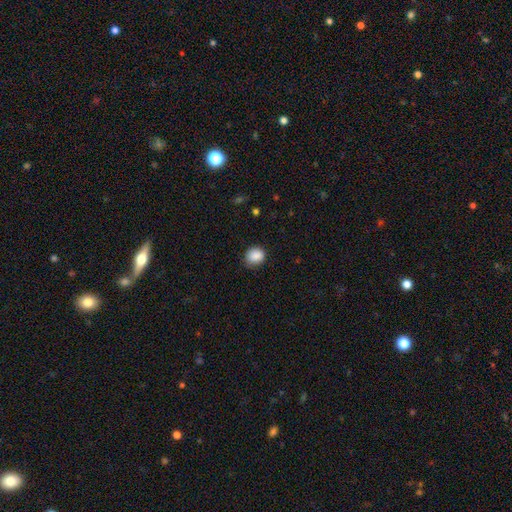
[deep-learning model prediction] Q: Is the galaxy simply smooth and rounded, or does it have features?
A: smooth — 88%.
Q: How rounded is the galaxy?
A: round — 70%.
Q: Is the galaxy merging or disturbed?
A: none — 76%.